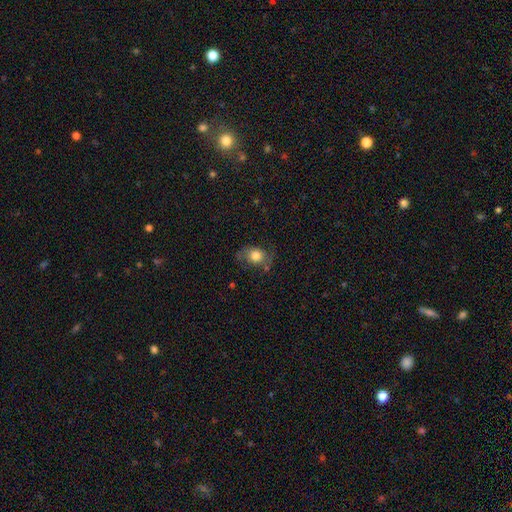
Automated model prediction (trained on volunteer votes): smooth_or_featured: smooth (p=0.59) [alt: featured or disk p=0.32]
how_rounded: in between (p=0.52) [alt: round p=0.47]
merging: none (p=0.60) [alt: minor disturbance p=0.24]